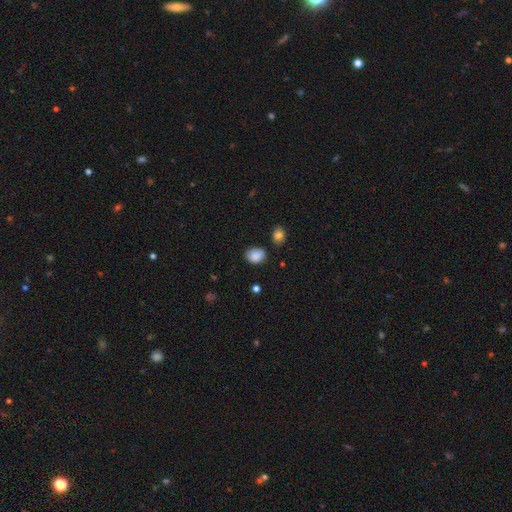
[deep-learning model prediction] Smooth or featured?
  - smooth: 87% *
  - star or artifact: 8%
  - featured or disk: 4%
How rounded?
  - in between: 59% *
  - round: 40%
  - cigar-shaped: 1%
Merging?
  - none: 71% *
  - minor disturbance: 21%
  - major disturbance: 4%
  - merger: 4%